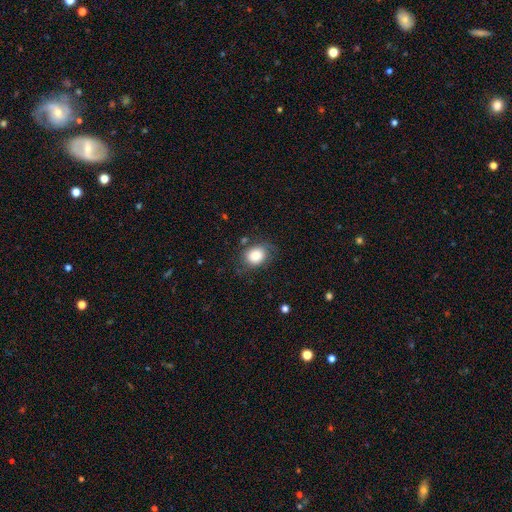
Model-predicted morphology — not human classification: This appears to be a smooth galaxy with no disk features (84%) that is round (50%). Merging: none (70%).